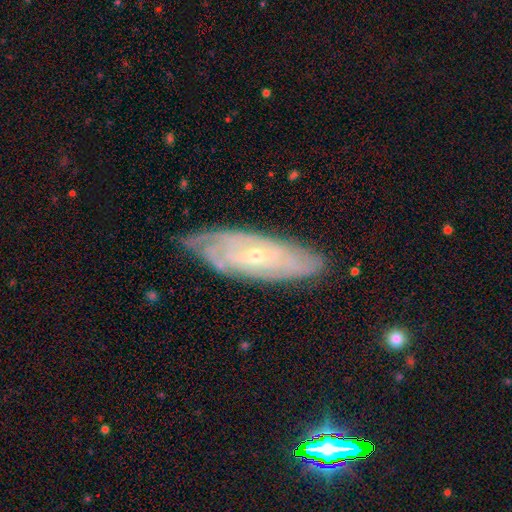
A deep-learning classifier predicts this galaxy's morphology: The model was most divided on "bar": weak: 43%, no: 36%, strong: 21%. More confident: spiral arms — yes (89%); edge-on disk — no (83%); smooth or featured — featured or disk (80%); merging — none (73%); bulge size — small (72%); spiral winding — tight (71%); spiral arm count — can't tell (53%).